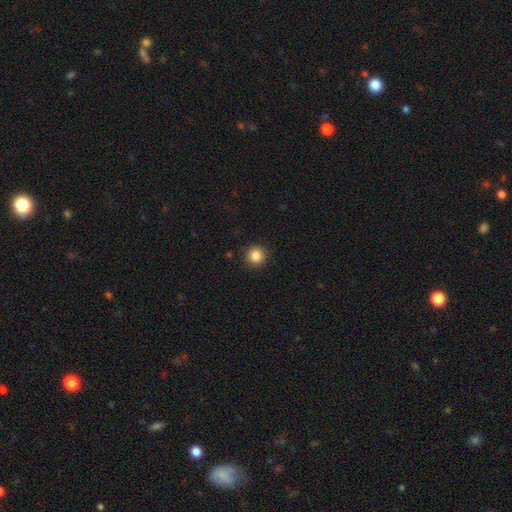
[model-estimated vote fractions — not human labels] A smooth galaxy with no disk features (85%) that is round (94%). Merging: none (91%).